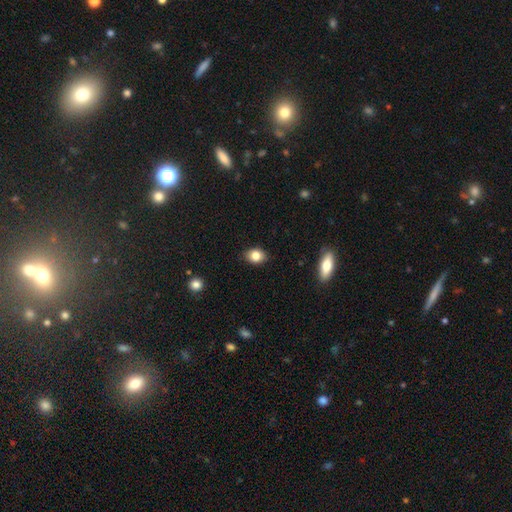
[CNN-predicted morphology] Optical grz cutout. It shows a smooth galaxy with no disk features (84%) that is in between round and cigar-shaped (57%). Merging: none (87%).